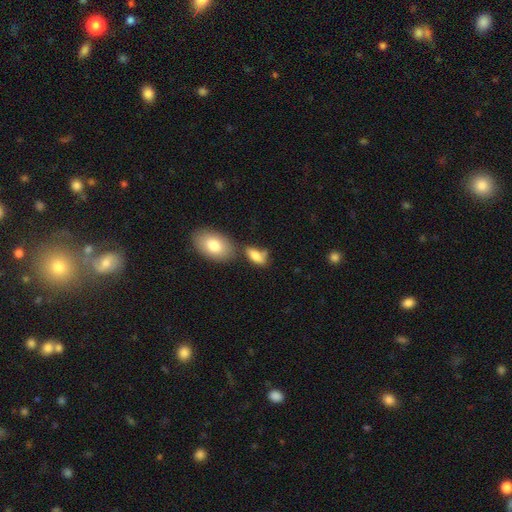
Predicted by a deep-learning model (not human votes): Smooth or featured? smooth (79%)
How rounded? in between (89%)
Merging? none (45%)